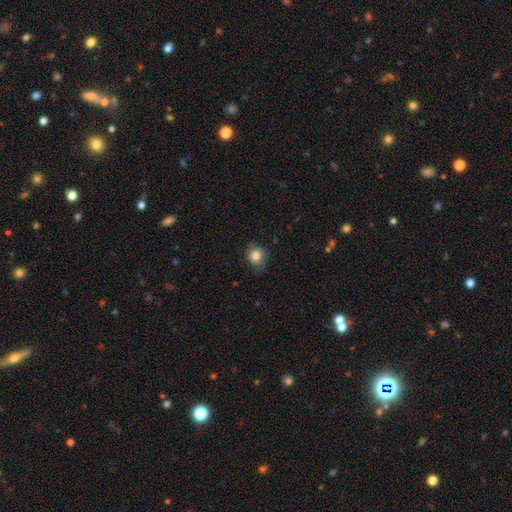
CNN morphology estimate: This is clearly a smooth galaxy (82%). How rounded: likely round (70%). Merging: likely none (71%).